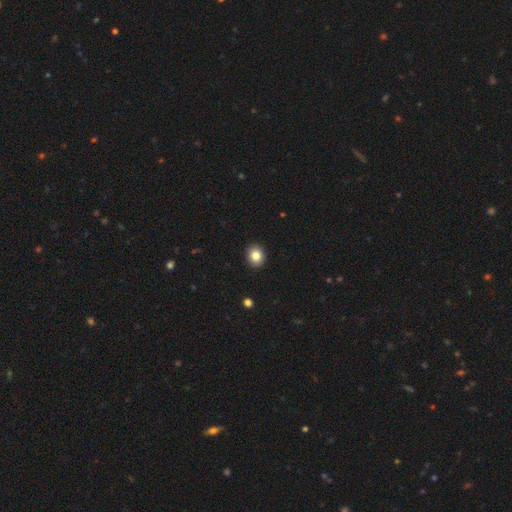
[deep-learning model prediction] smooth_or_featured: smooth (p=0.84) [alt: star or artifact p=0.09]
how_rounded: round (p=0.62) [alt: in between p=0.38]
merging: none (p=0.92) [alt: minor disturbance p=0.06]